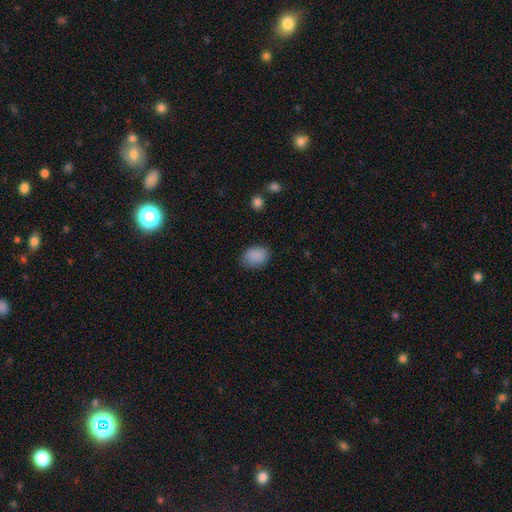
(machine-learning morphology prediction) A smooth galaxy with no disk features (88%) that is in between round and cigar-shaped (77%).

Vote fractions:
- Smooth or featured? smooth: 88% / star or artifact: 8% / featured or disk: 4%
- How rounded? in between: 77% / round: 22% / cigar-shaped: 1%
- Merging? none: 80% / minor disturbance: 16% / major disturbance: 3% / merger: 1%